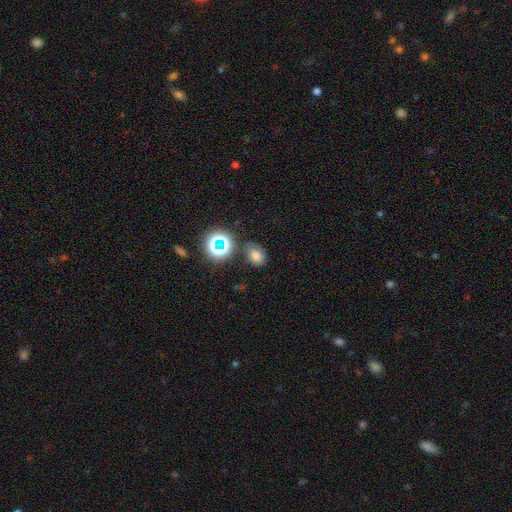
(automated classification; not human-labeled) smooth 69%, star or artifact 21%, featured or disk 9%. Down the decision tree: how rounded — in between (61%); merging — none (68%).